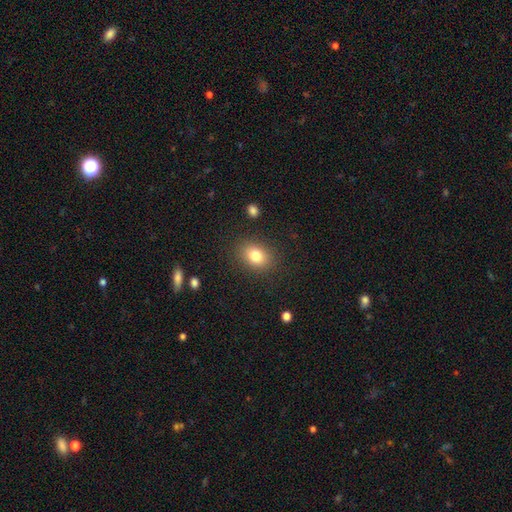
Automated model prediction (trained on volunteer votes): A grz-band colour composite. It shows a smooth galaxy with no disk features (81%) that is in between round and cigar-shaped (63%). Merging: none (86%).